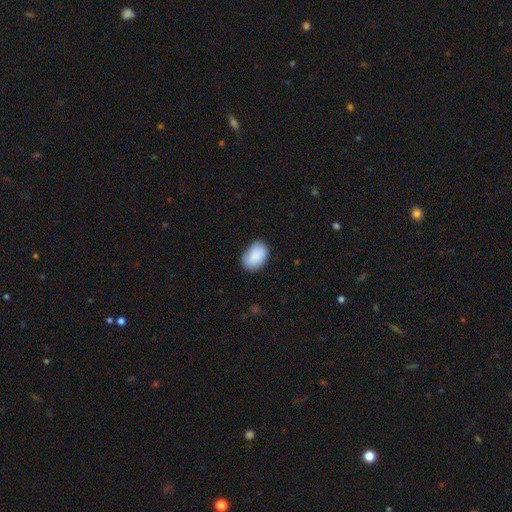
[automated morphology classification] Smooth or featured: smooth — 84% (featured or disk — 9%)
How rounded: in between — 83% (round — 16%)
Merging: none — 75% (minor disturbance — 20%)